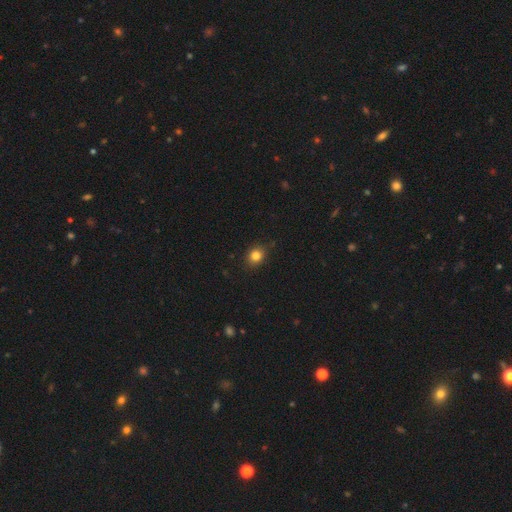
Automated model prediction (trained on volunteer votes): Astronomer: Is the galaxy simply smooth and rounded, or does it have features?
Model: smooth — 83%.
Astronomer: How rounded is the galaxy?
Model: round — 68%.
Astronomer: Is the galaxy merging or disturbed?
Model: none — 80%.